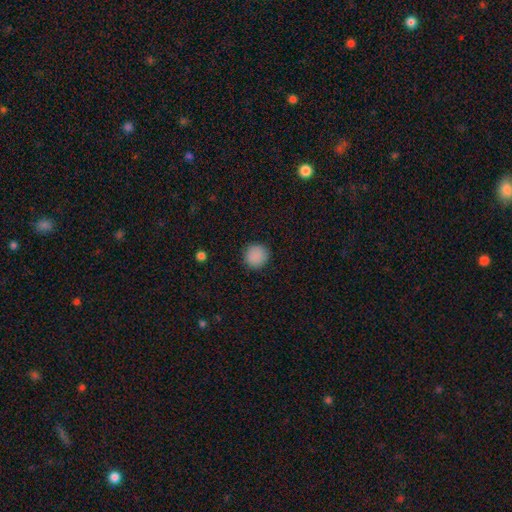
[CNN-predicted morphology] A smooth galaxy with no disk features (88%) that is round (93%).

Vote fractions:
- Smooth or featured? smooth: 88% / star or artifact: 9% / featured or disk: 3%
- How rounded? round: 93% / in between: 7% / cigar-shaped: 1%
- Merging? none: 90% / minor disturbance: 7% / major disturbance: 2% / merger: 1%